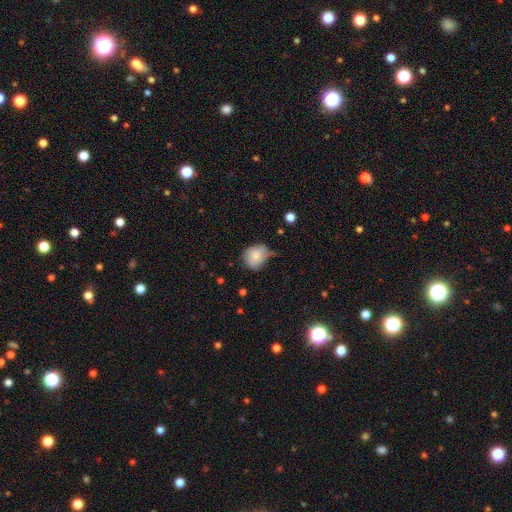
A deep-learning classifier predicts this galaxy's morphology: The model was most divided on "merging": none: 43%, minor disturbance: 42%, major disturbance: 12%, merger: 3%. More confident: smooth or featured — smooth (77%); how rounded — round (65%).